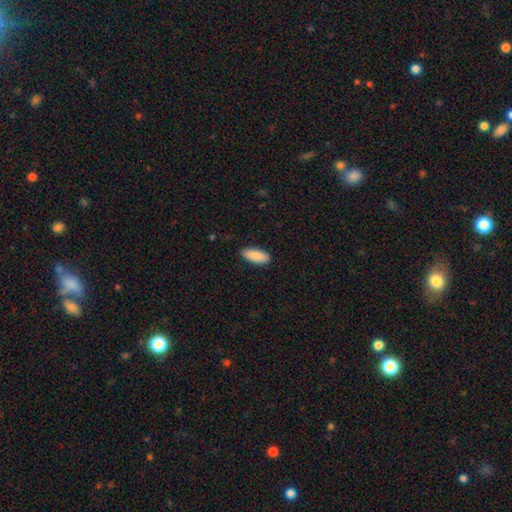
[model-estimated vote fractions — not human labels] Q: Smooth or featured?
A: smooth (89%); runner-up: star or artifact (6%)
Q: How rounded?
A: in between (82%); runner-up: cigar-shaped (16%)
Q: Merging?
A: none (89%); runner-up: minor disturbance (8%)